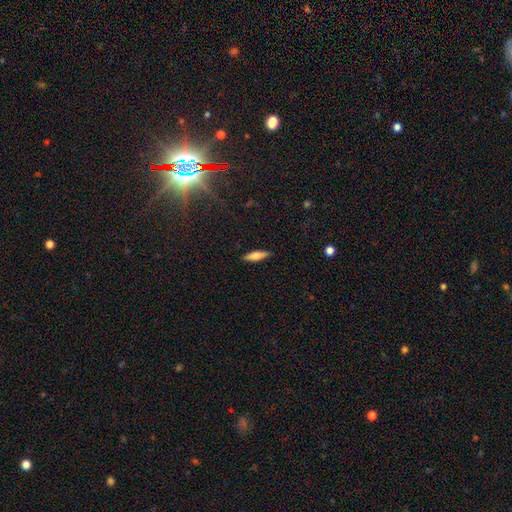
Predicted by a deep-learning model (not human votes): This appears to be a smooth galaxy with no disk features (59%) that is cigar-shaped (62%). Merging: none (90%).